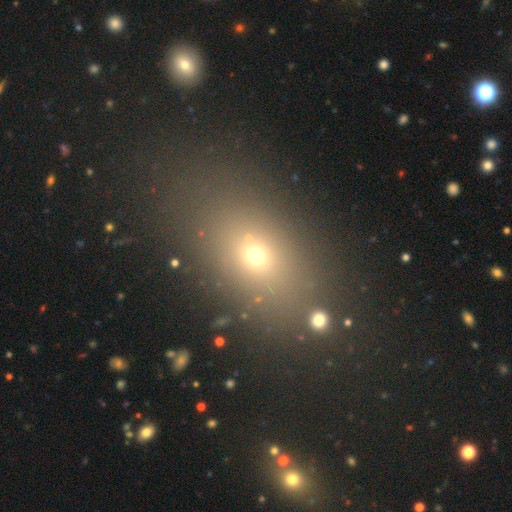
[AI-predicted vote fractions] smooth_or_featured: smooth (p=0.62) [alt: star or artifact p=0.24]
how_rounded: in between (p=0.69) [alt: round p=0.26]
merging: none (p=0.80) [alt: minor disturbance p=0.10]